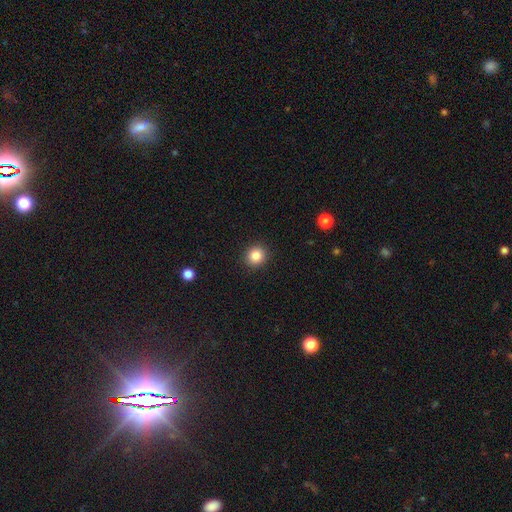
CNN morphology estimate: A smooth galaxy with no disk features (85%) that is round (89%). Merging: none (92%).